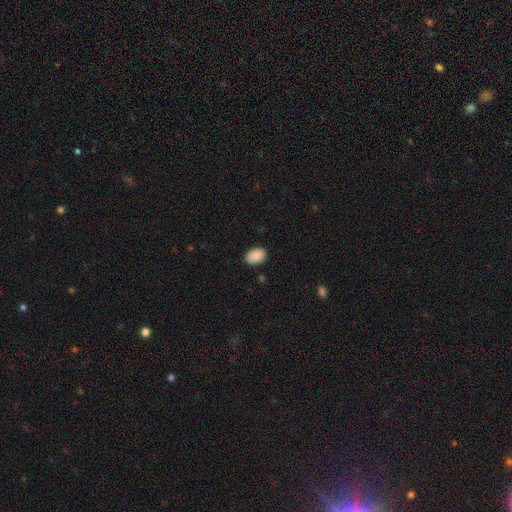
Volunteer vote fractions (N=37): Volunteers were most divided on "merging": none: 81%, minor disturbance: 16%, major disturbance: 3%, merger: 0%. More confident: smooth or featured — smooth (95%); how rounded — in between (89%).